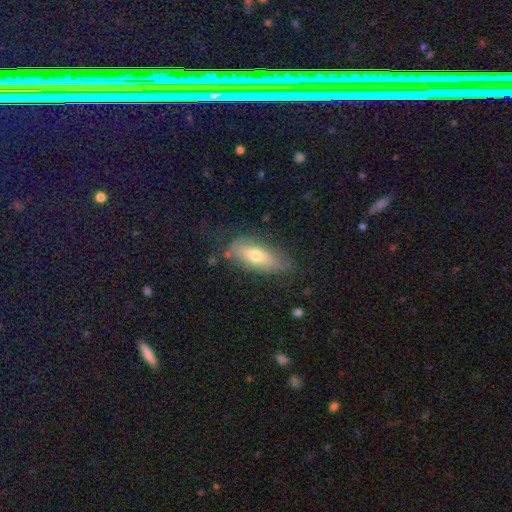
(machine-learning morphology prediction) A smooth galaxy with no disk features (51%) that is in between round and cigar-shaped (82%).

Vote fractions:
- Smooth or featured? smooth: 51% / featured or disk: 42% / star or artifact: 7%
- How rounded? in between: 82% / cigar-shaped: 14% / round: 3%
- Merging? none: 65% / minor disturbance: 24% / major disturbance: 9% / merger: 2%